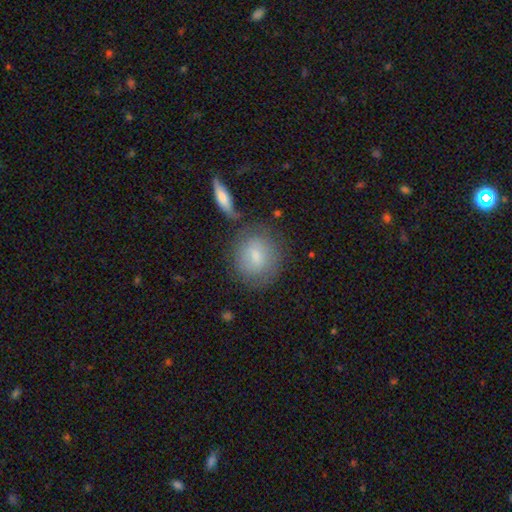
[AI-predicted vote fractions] Overall: smooth (75%). How rounded: round (78%). Merging: none (69%).